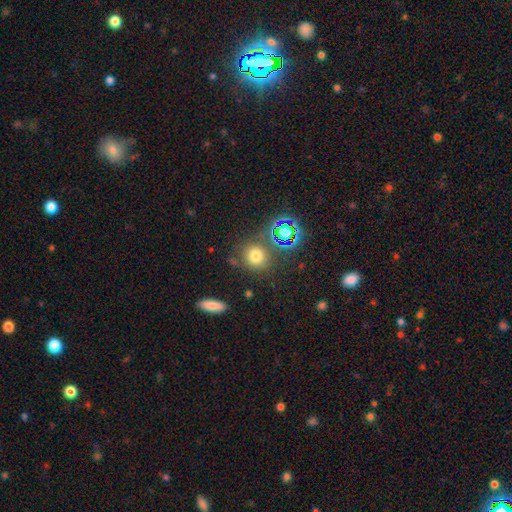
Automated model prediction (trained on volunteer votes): This appears to be a smooth galaxy with no disk features (68%) that is round (86%). Merging: none (75%).